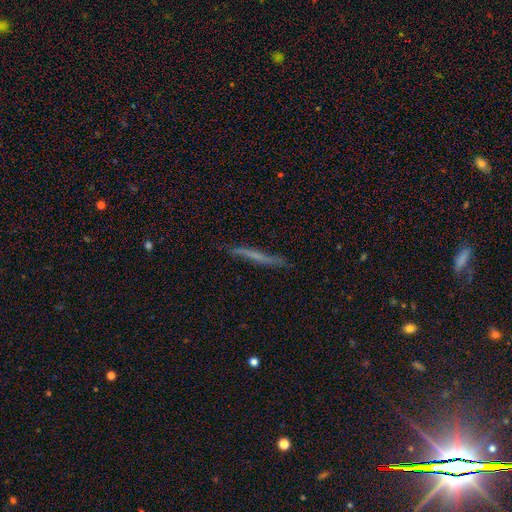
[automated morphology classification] Q: Smooth or featured?
A: featured or disk (50%); runner-up: smooth (42%)
Q: Edge-on disk?
A: yes (90%); runner-up: no (10%)
Q: Merging?
A: none (80%); runner-up: minor disturbance (15%)